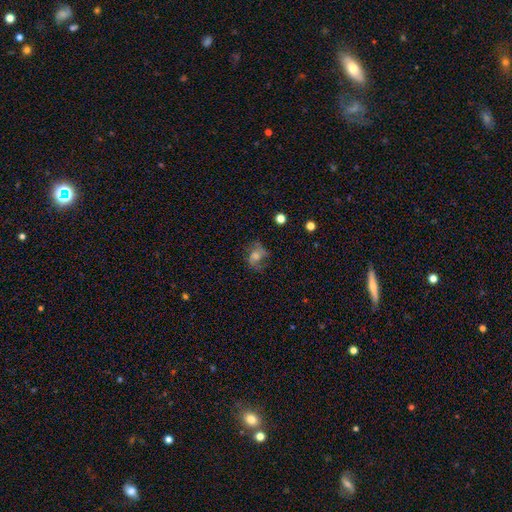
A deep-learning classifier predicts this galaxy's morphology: A featured or disk galaxy (47%). Merging: none (62%).